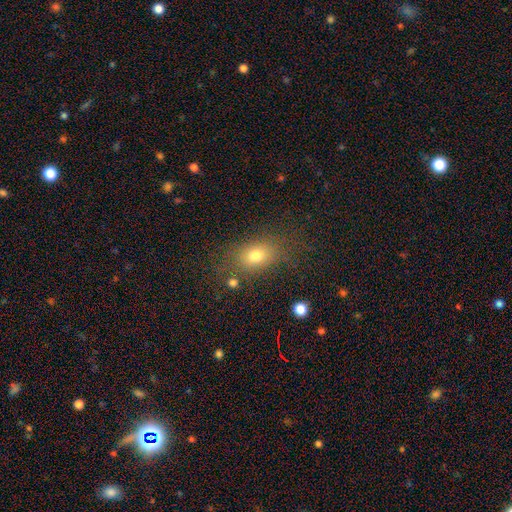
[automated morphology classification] Smooth or featured: smooth — 74% (star or artifact — 13%)
How rounded: in between — 73% (round — 24%)
Merging: none — 72% (minor disturbance — 16%)